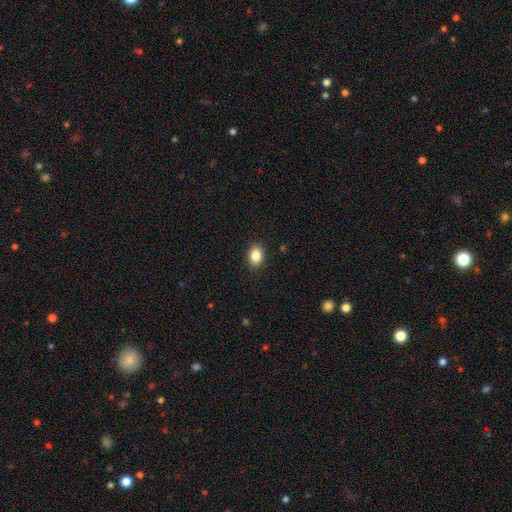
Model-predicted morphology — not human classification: smooth_or_featured: smooth (p=0.86) [alt: star or artifact p=0.09]
how_rounded: in between (p=0.72) [alt: round p=0.27]
merging: none (p=0.89) [alt: minor disturbance p=0.08]